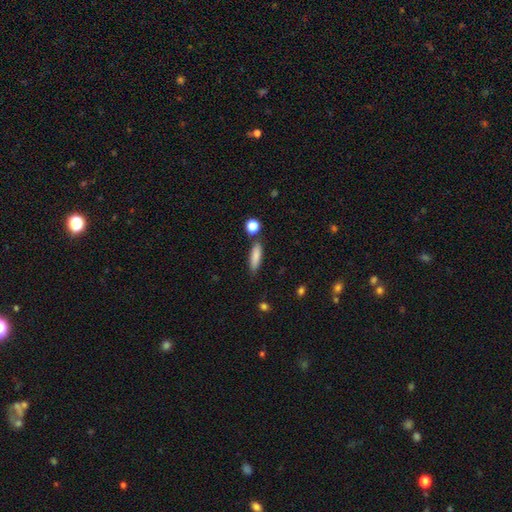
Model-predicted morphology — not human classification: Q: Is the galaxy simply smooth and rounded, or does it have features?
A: smooth — 83%.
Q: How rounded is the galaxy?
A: cigar-shaped — 58%.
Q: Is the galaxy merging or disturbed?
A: none — 79%.